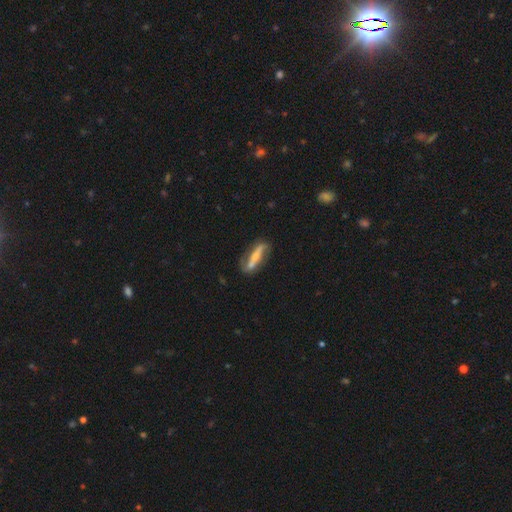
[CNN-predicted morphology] featured or disk 69%, smooth 25%, star or artifact 7%. Down the decision tree: edge-on disk — no (70%); merging — none (66%).